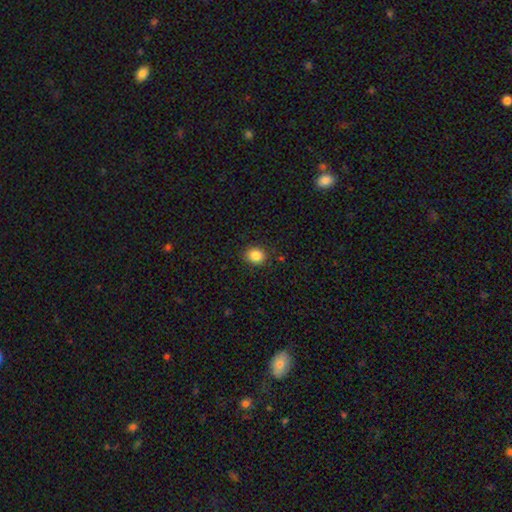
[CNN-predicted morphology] A smooth galaxy with no disk features (86%) that is round (69%).

Vote fractions:
- Smooth or featured? smooth: 86% / star or artifact: 10% / featured or disk: 4%
- How rounded? round: 69% / in between: 31% / cigar-shaped: 1%
- Merging? none: 89% / minor disturbance: 8% / major disturbance: 2% / merger: 1%